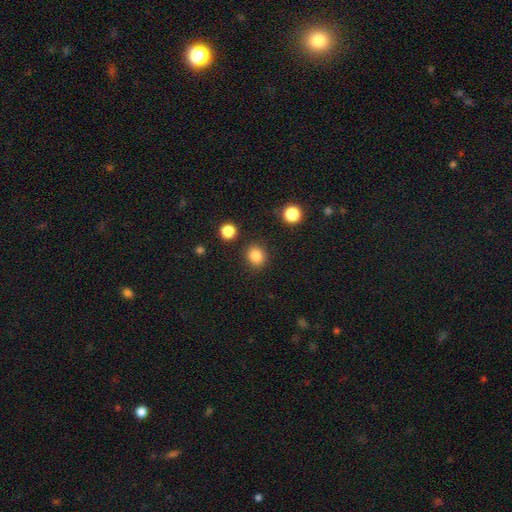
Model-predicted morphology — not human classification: Smooth or featured? Predicted: smooth (p=0.85). How rounded? Predicted: round (p=0.78). Merging? Predicted: none (p=0.88).